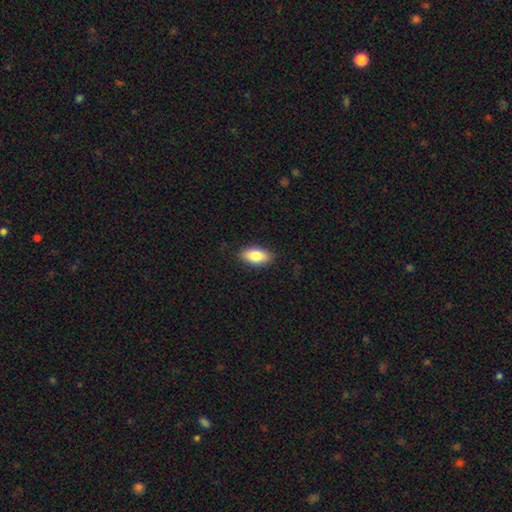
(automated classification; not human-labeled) smooth_or_featured: smooth (p=0.82) [alt: featured or disk p=0.11]
how_rounded: in between (p=0.90) [alt: cigar-shaped p=0.06]
merging: none (p=0.87) [alt: minor disturbance p=0.10]